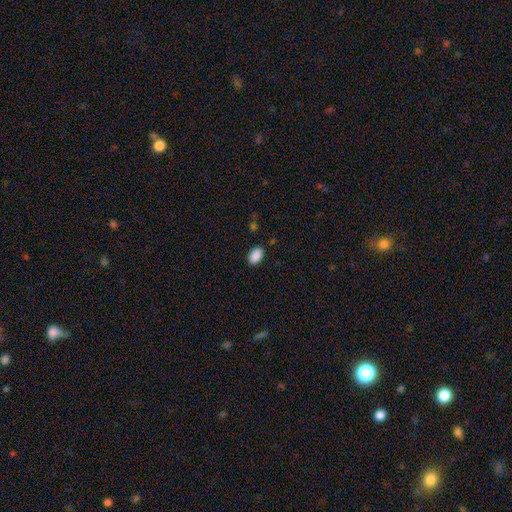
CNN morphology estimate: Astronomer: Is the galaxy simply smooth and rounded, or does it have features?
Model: smooth — 90%.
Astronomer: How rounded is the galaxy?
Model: in between — 89%.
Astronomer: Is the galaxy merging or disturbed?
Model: none — 87%.